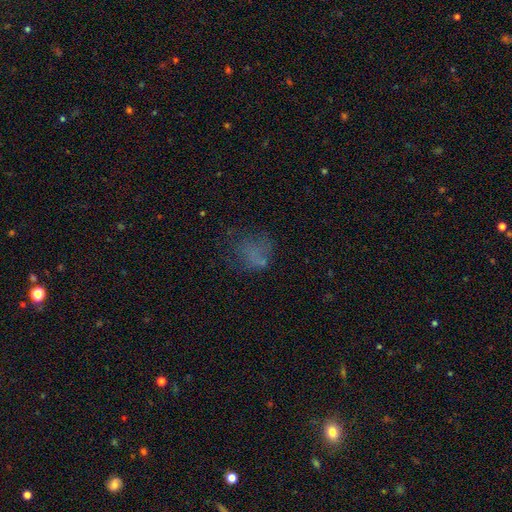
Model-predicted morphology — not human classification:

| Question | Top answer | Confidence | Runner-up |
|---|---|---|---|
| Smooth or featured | smooth | 51% | featured or disk (27%) |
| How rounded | round | 52% | in between (46%) |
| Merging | none | 41% | major disturbance (34%) |